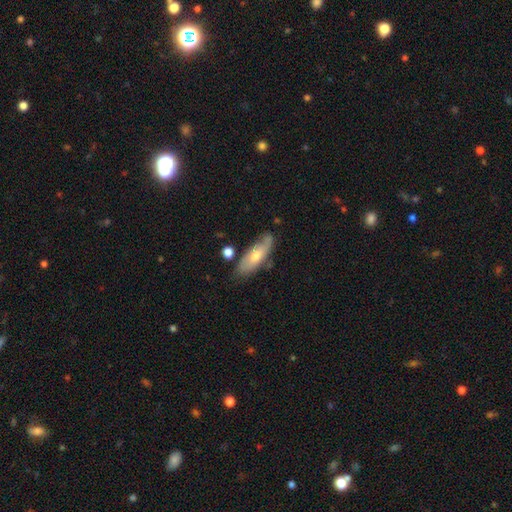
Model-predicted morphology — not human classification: A smooth galaxy with no disk features (49%).

Vote fractions:
- Smooth or featured? smooth: 49% / featured or disk: 44% / star or artifact: 7%
- Merging? none: 67% / minor disturbance: 22% / major disturbance: 6% / merger: 5%